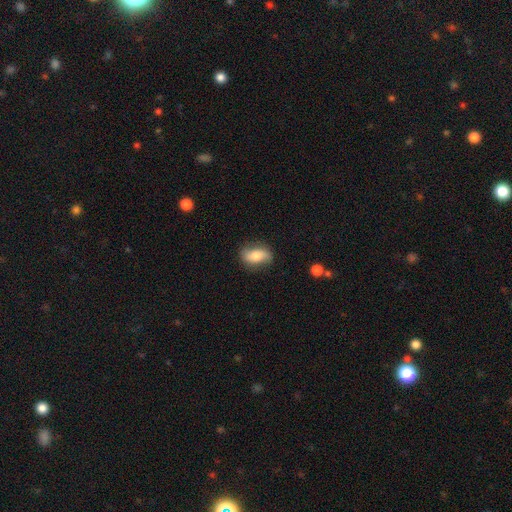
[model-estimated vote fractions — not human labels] A smooth galaxy with no disk features (60%) that is in between round and cigar-shaped (84%).

Vote fractions:
- Smooth or featured? smooth: 60% / featured or disk: 33% / star or artifact: 7%
- How rounded? in between: 84% / round: 11% / cigar-shaped: 5%
- Merging? none: 76% / minor disturbance: 18% / major disturbance: 5% / merger: 2%